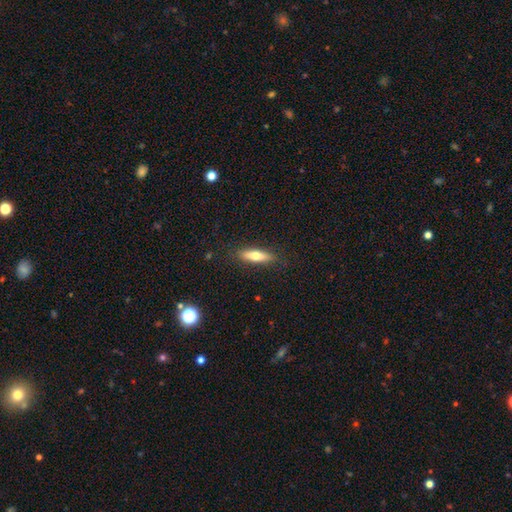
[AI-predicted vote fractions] A smooth galaxy with no disk features (64%) that is cigar-shaped (63%).

Vote fractions:
- Smooth or featured? smooth: 64% / featured or disk: 30% / star or artifact: 6%
- How rounded? cigar-shaped: 63% / in between: 35% / round: 2%
- Merging? none: 87% / minor disturbance: 10% / major disturbance: 2% / merger: 1%